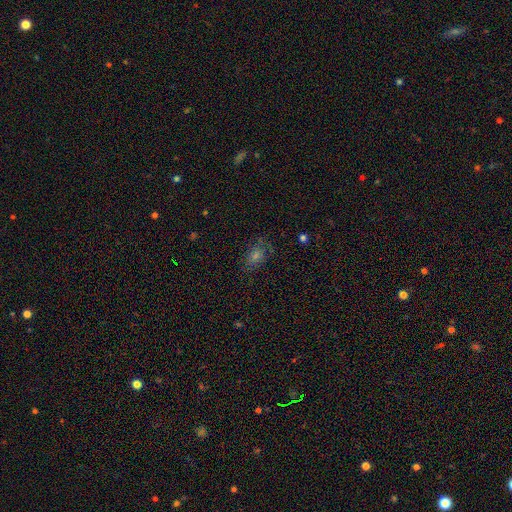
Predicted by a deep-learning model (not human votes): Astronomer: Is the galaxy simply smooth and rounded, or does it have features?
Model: smooth — 53%.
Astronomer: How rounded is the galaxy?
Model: in between — 72%.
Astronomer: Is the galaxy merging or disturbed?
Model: none — 72%.